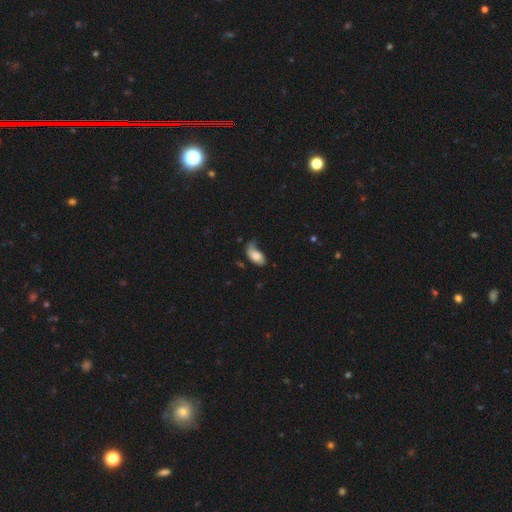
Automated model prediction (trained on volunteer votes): Smooth or featured?
  - smooth: 75% *
  - featured or disk: 18%
  - star or artifact: 8%
How rounded?
  - in between: 92% *
  - cigar-shaped: 4%
  - round: 4%
Merging?
  - minor disturbance: 36% *
  - none: 33%
  - major disturbance: 27%
  - merger: 4%